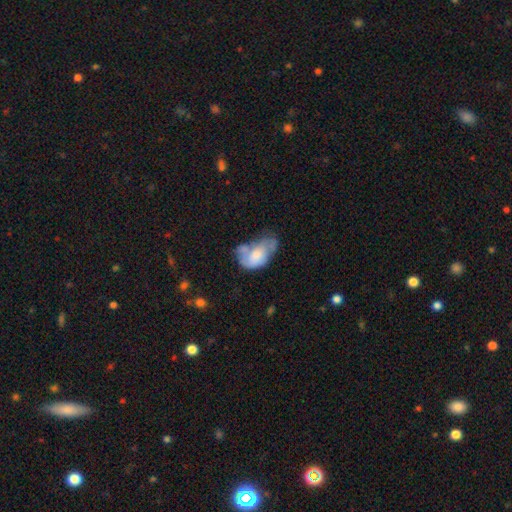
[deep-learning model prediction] This appears to be a smooth galaxy with no disk features (56%) that is in between round and cigar-shaped (90%). Merging: minor disturbance (31%).